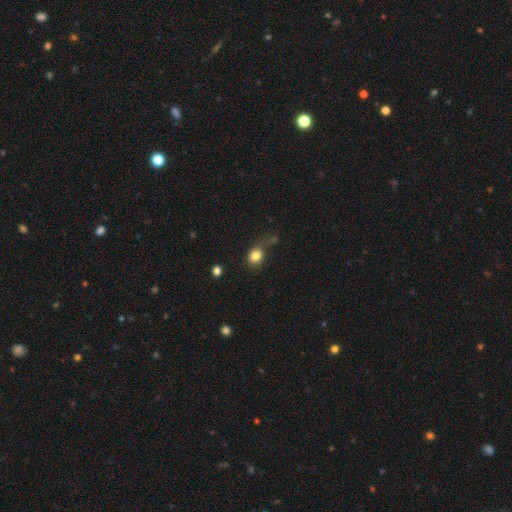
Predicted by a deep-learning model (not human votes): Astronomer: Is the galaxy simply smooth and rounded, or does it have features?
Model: smooth — 81%.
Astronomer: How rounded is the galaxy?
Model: round — 62% (runner-up: in between, 37%).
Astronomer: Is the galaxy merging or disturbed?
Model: none — 40% (runner-up: major disturbance, 28%).